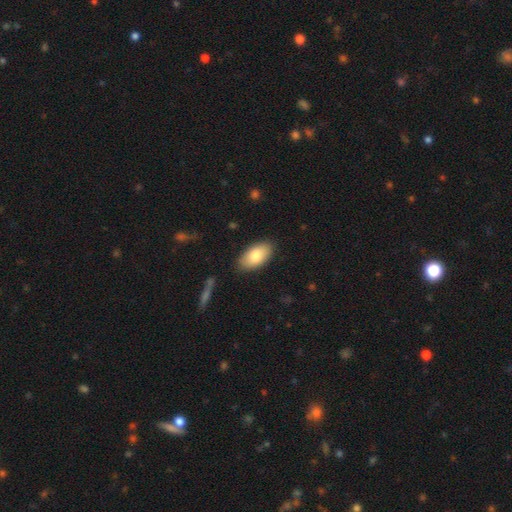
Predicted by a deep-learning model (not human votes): smooth 80%, featured or disk 14%, star or artifact 6%. Down the decision tree: how rounded — in between (94%); merging — none (86%).